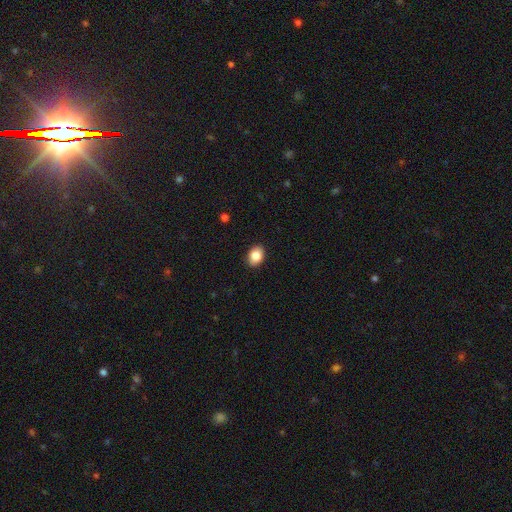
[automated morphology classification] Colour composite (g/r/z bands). It shows a smooth galaxy with no disk features (86%) that is in between round and cigar-shaped (78%). Merging: none (90%).